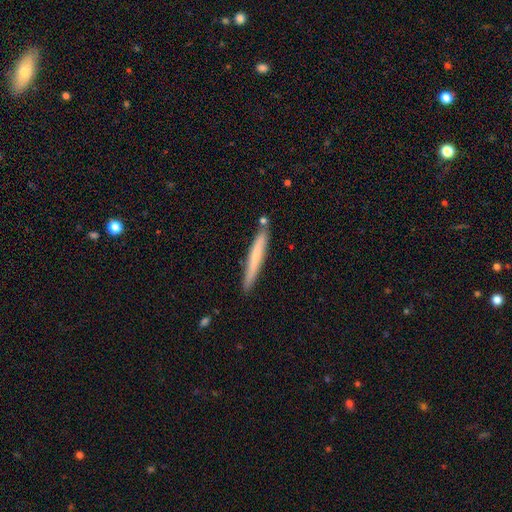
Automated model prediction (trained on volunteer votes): Smooth or featured: smooth — 65% (featured or disk — 30%)
How rounded: cigar-shaped — 96% (in between — 3%)
Merging: none — 83% (minor disturbance — 11%)